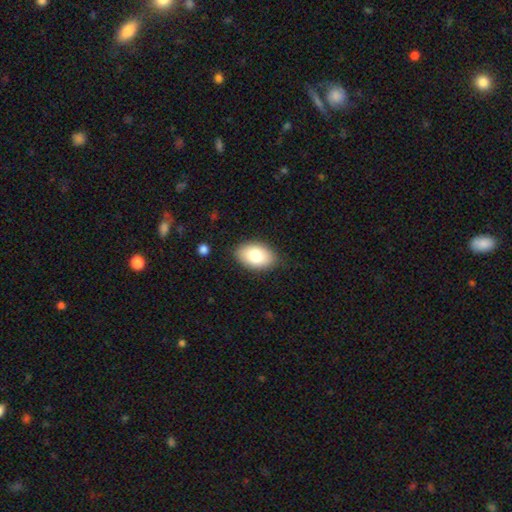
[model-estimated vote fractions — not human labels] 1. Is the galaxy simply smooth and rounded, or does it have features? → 80% smooth, 13% featured or disk, 7% star or artifact.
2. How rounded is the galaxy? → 90% in between, 9% round, 1% cigar-shaped.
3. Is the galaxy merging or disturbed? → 86% none, 11% minor disturbance, 2% major disturbance, 1% merger.